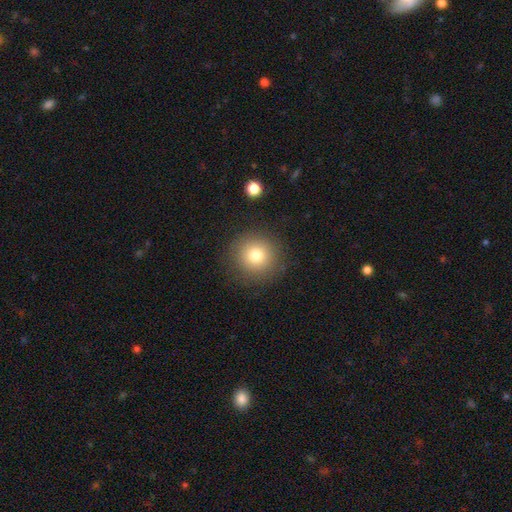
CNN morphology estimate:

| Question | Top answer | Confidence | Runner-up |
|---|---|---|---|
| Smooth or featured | smooth | 76% | star or artifact (14%) |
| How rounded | round | 93% | in between (6%) |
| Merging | none | 89% | minor disturbance (7%) |